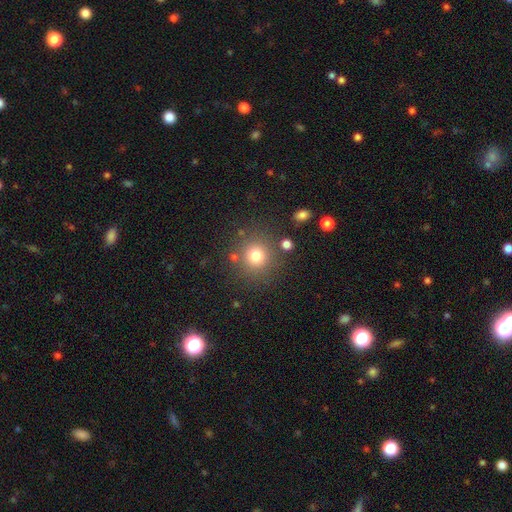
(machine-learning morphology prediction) Smooth or featured? smooth (77%)
How rounded? round (92%)
Merging? none (83%)